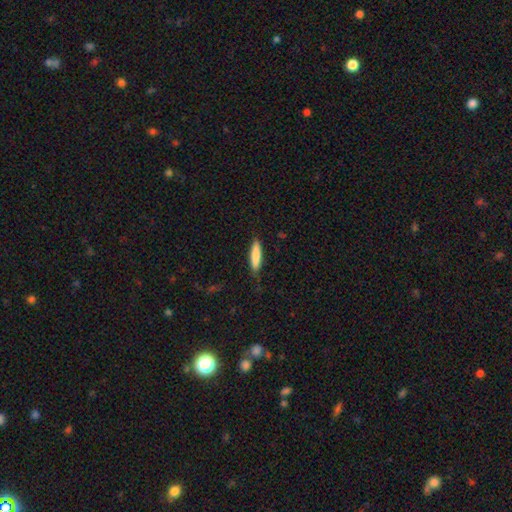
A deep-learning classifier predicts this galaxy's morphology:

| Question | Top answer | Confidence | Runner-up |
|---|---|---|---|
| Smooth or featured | smooth | 83% | featured or disk (12%) |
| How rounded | cigar-shaped | 80% | in between (18%) |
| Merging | none | 81% | minor disturbance (15%) |